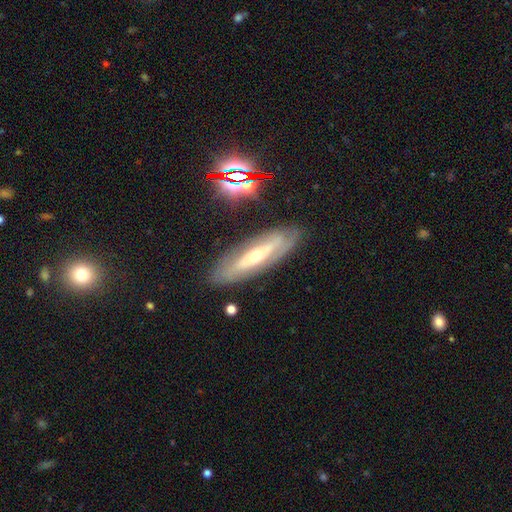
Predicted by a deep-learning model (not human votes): A featured or disk galaxy (70%). Merging: none (83%).